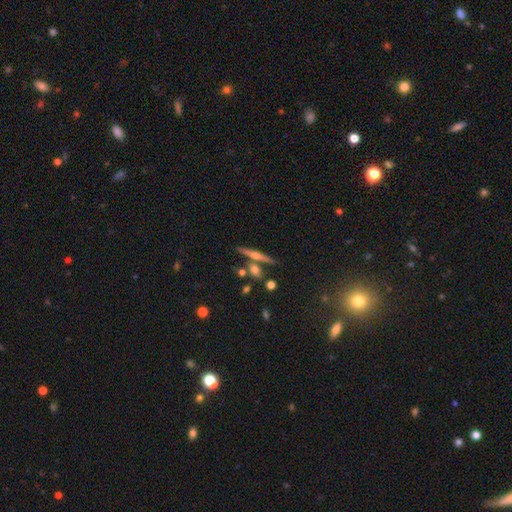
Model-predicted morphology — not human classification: The model was most divided on "smooth or featured": featured or disk: 64%, smooth: 28%, star or artifact: 9%. More confident: edge-on disk — yes (96%); edge-on bulge — rounded (80%); merging — none (76%).